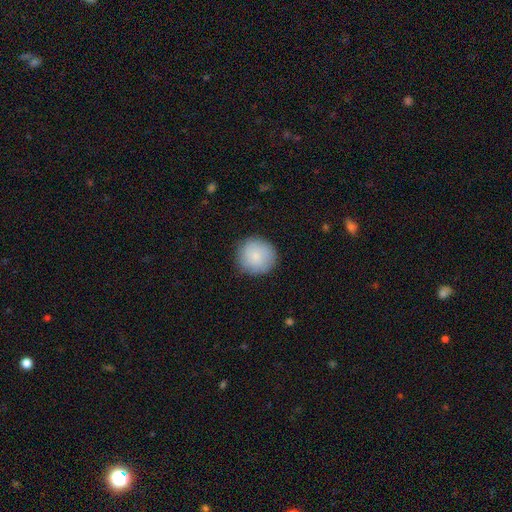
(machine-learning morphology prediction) This appears to be a smooth galaxy with no disk features (82%) that is round (92%). Merging: none (85%).